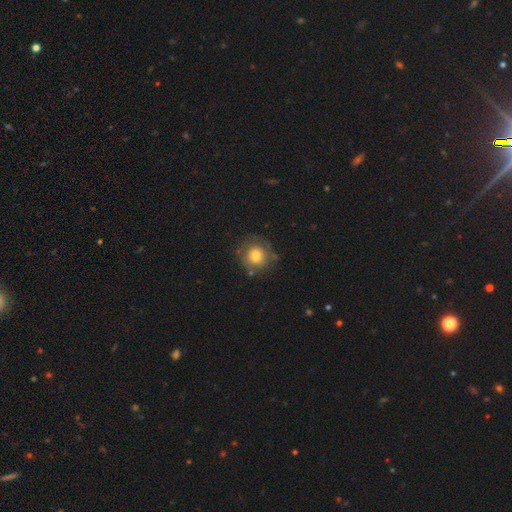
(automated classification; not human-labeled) smooth 74%, featured or disk 16%, star or artifact 9%. Down the decision tree: how rounded — round (89%); merging — none (76%).